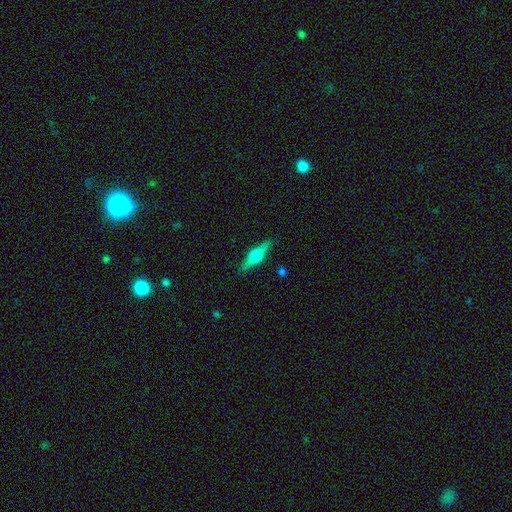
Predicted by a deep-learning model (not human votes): Smooth or featured?
  - featured or disk: 57% *
  - smooth: 37%
  - star or artifact: 7%
Edge-on disk?
  - yes: 95% *
  - no: 5%
Edge-on bulge?
  - rounded: 90% *
  - boxy: 8%
  - none: 2%
Merging?
  - none: 87% *
  - minor disturbance: 9%
  - major disturbance: 2%
  - merger: 1%